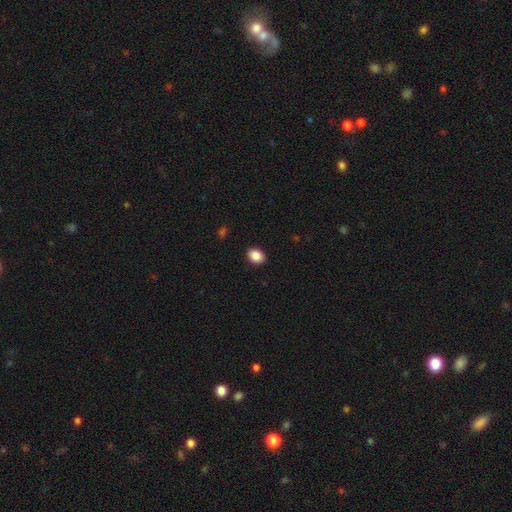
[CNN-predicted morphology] This appears to be a smooth galaxy with no disk features (88%) that is in between round and cigar-shaped (59%). Merging: none (91%).